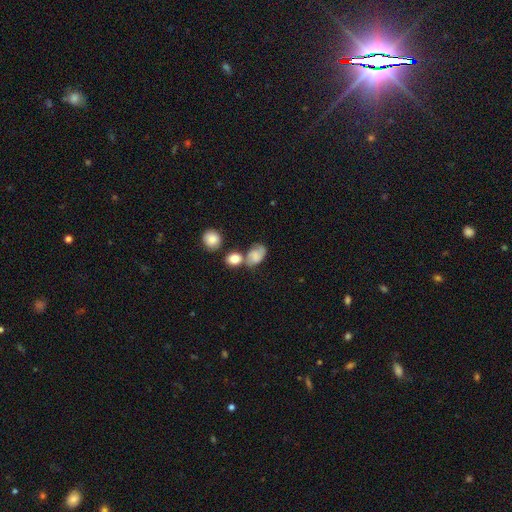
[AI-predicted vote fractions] This is likely a smooth galaxy (67%). How rounded: likely in between (78%). Merging: marginally merger (34%).